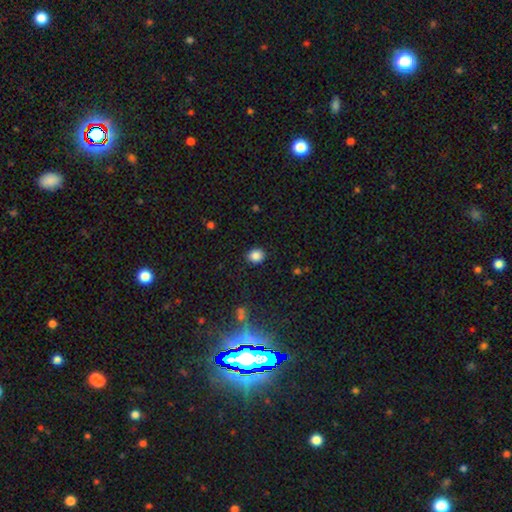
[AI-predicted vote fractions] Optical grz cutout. It shows a smooth galaxy with no disk features (85%) that is round (76%). Merging: none (90%).